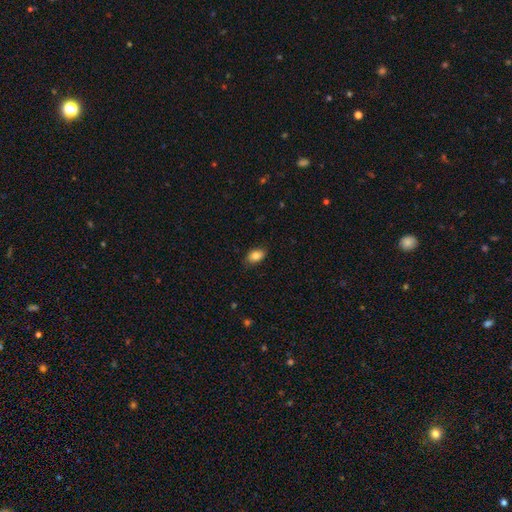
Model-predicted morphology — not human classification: A smooth galaxy with no disk features (84%) that is in between round and cigar-shaped (86%).

Vote fractions:
- Smooth or featured? smooth: 84% / star or artifact: 8% / featured or disk: 8%
- How rounded? in between: 86% / round: 13% / cigar-shaped: 1%
- Merging? none: 80% / minor disturbance: 16% / major disturbance: 3% / merger: 1%